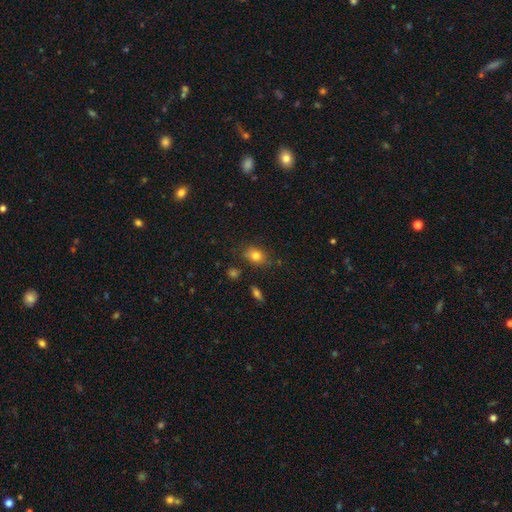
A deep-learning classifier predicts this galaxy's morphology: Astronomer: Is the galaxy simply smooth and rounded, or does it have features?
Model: smooth — 79%.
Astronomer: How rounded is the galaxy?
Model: in between — 64%.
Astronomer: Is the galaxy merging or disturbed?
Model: none — 75%.